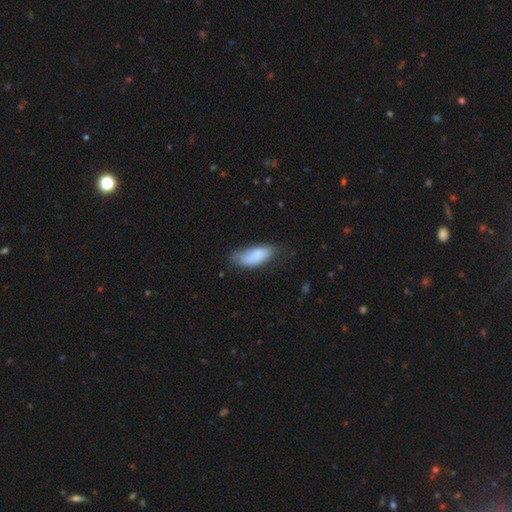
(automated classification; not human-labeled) A smooth galaxy with no disk features (83%) that is in between round and cigar-shaped (84%).

Vote fractions:
- Smooth or featured? smooth: 83% / featured or disk: 11% / star or artifact: 6%
- How rounded? in between: 84% / cigar-shaped: 14% / round: 2%
- Merging? none: 50% / minor disturbance: 36% / major disturbance: 12% / merger: 2%